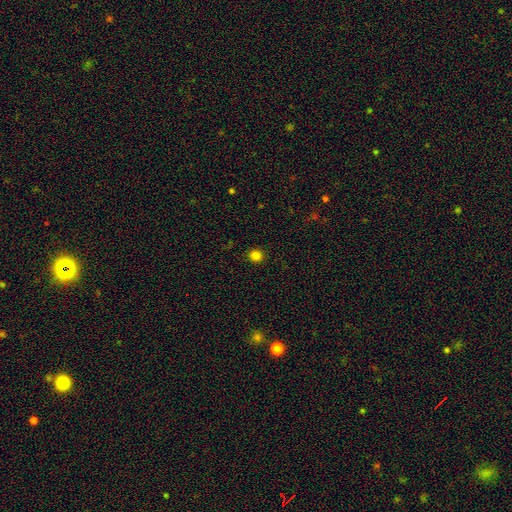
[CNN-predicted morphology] This appears to be a smooth galaxy with no disk features (83%) that is round (92%). Merging: none (92%).